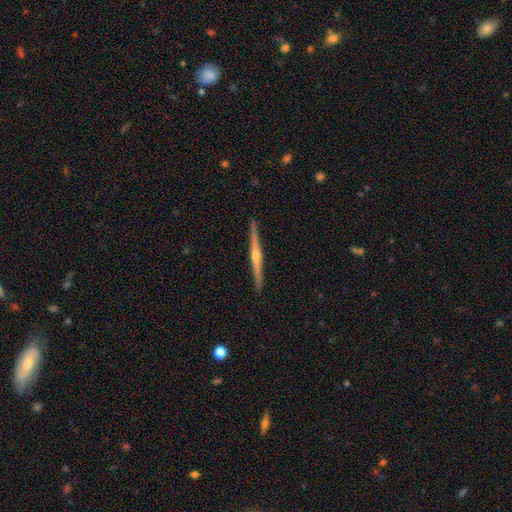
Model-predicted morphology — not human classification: type=featured or disk (83%); edge-on=yes (99%); edge-on bulge=rounded (88%); merging=none (93%).